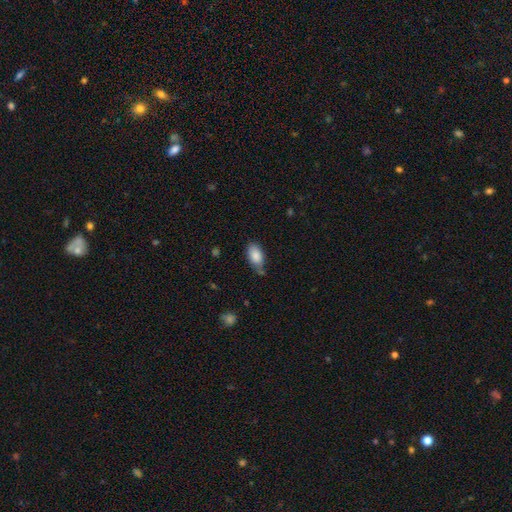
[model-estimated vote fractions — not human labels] Smooth or featured? smooth (85%)
How rounded? in between (93%)
Merging? none (59%)